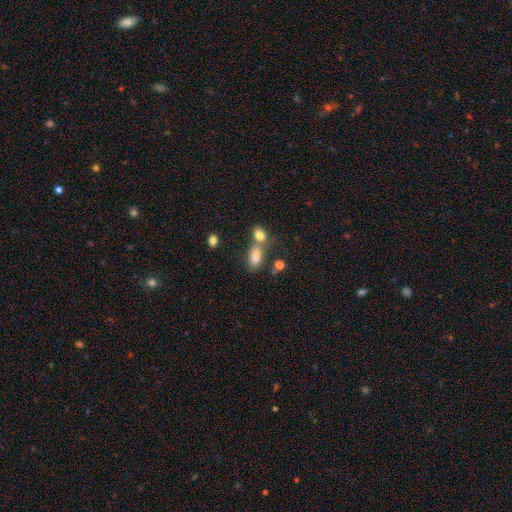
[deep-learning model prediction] Smooth or featured?
  - smooth: 79% *
  - star or artifact: 12%
  - featured or disk: 9%
How rounded?
  - in between: 84% *
  - round: 11%
  - cigar-shaped: 5%
Merging?
  - merger: 45% *
  - none: 38%
  - minor disturbance: 11%
  - major disturbance: 6%